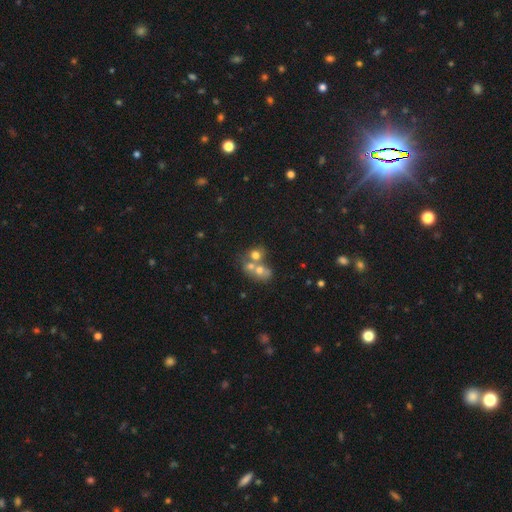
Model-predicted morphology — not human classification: Q: Smooth or featured?
A: smooth (60%); runner-up: featured or disk (25%)
Q: How rounded?
A: round (62%); runner-up: in between (37%)
Q: Merging?
A: merger (62%); runner-up: none (26%)